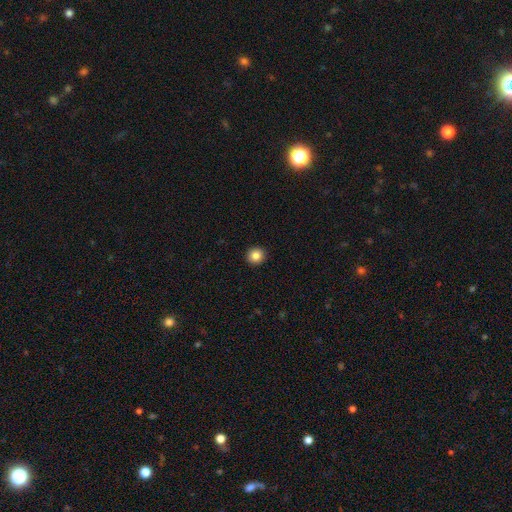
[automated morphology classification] The model was most divided on "smooth or featured": smooth: 86%, star or artifact: 10%, featured or disk: 4%. More confident: merging — none (93%); how rounded — round (92%).